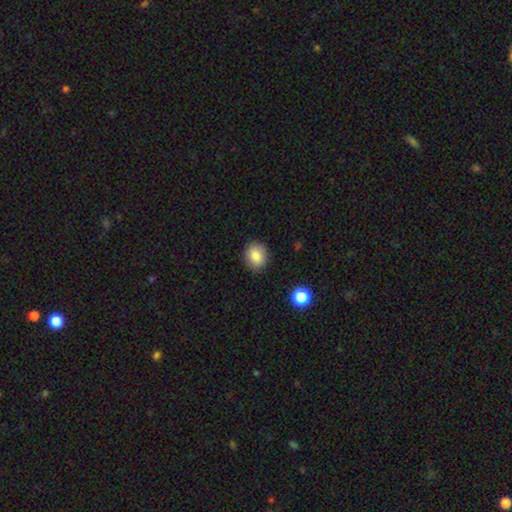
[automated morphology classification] smooth-or-featured: smooth: 85% | star or artifact: 9% | featured or disk: 6%
  how-rounded: round: 61% | in between: 38% | cigar-shaped: 1%
  merging: none: 88% | minor disturbance: 8% | major disturbance: 2% | merger: 1%